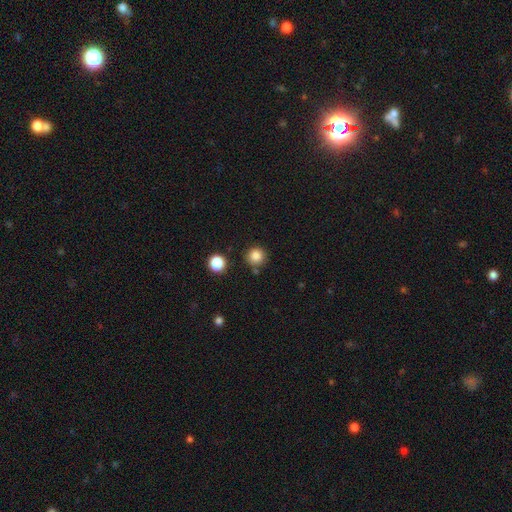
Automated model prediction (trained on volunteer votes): This is clearly a smooth galaxy (84%). How rounded: clearly round (94%). Merging: clearly none (83%).